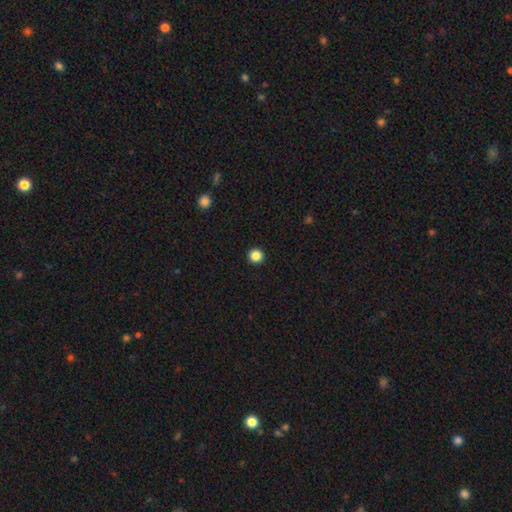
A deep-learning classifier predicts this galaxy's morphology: This appears to be a smooth galaxy with no disk features (87%) that is round (95%). Merging: none (94%).